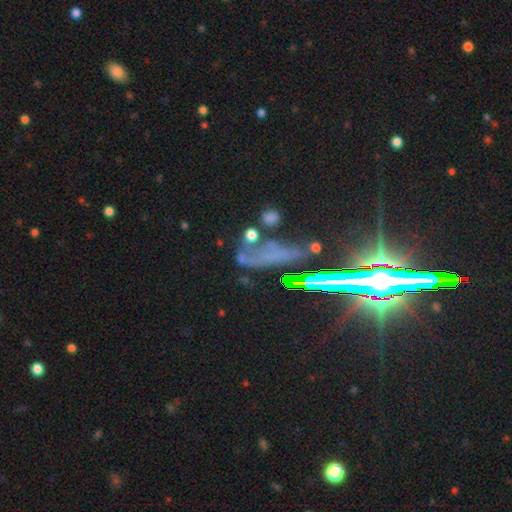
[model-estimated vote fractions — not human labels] star or artifact 46%, smooth 28%, featured or disk 26%.